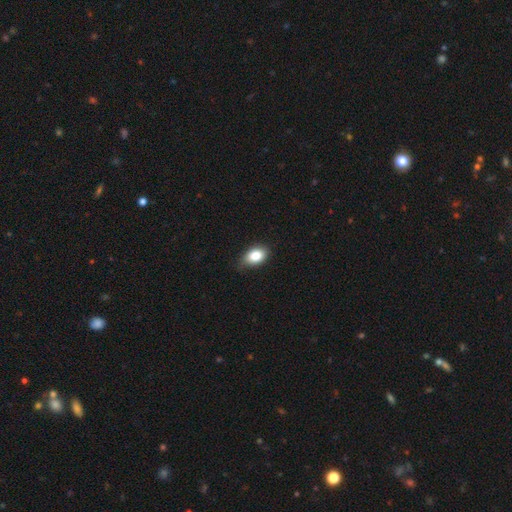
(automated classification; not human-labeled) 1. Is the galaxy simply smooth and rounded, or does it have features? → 84% smooth, 8% star or artifact, 8% featured or disk.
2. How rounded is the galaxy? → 84% in between, 15% round, 2% cigar-shaped.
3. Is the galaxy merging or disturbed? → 71% none, 24% minor disturbance, 4% major disturbance, 1% merger.